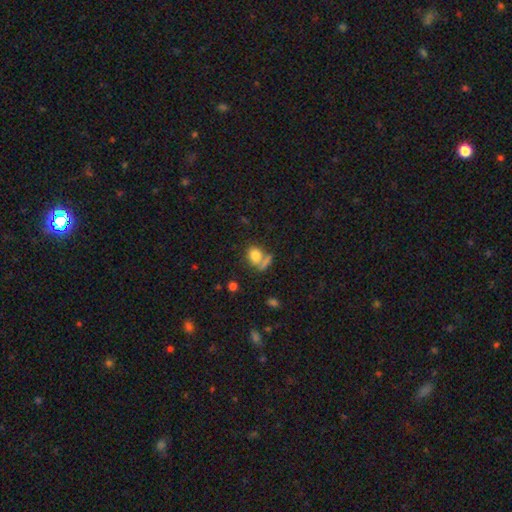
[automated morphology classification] A smooth galaxy with no disk features (79%) that is in between round and cigar-shaped (53%).

Vote fractions:
- Smooth or featured? smooth: 79% / star or artifact: 11% / featured or disk: 10%
- How rounded? in between: 53% / round: 44% / cigar-shaped: 2%
- Merging? none: 43% / merger: 37% / minor disturbance: 12% / major disturbance: 8%